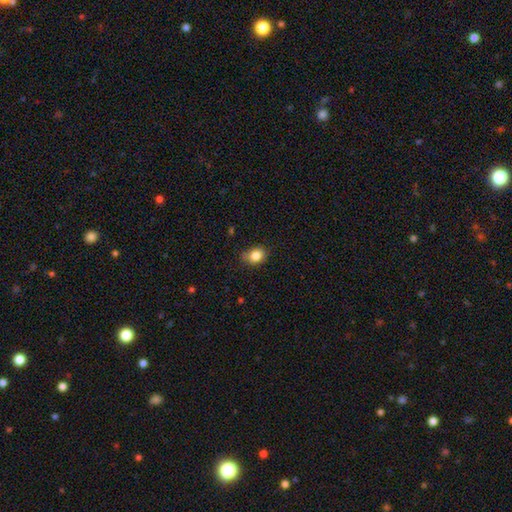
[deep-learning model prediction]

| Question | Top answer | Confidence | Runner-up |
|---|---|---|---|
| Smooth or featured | smooth | 84% | star or artifact (10%) |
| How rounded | round | 52% | in between (47%) |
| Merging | none | 75% | minor disturbance (19%) |